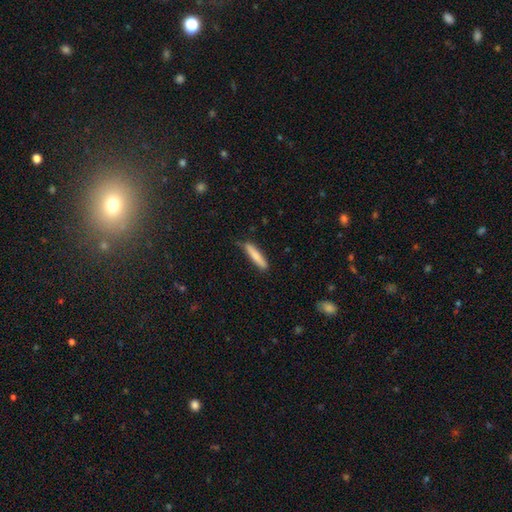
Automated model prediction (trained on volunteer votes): Q: Smooth or featured?
A: smooth (76%); runner-up: featured or disk (18%)
Q: How rounded?
A: cigar-shaped (90%); runner-up: in between (9%)
Q: Merging?
A: none (83%); runner-up: minor disturbance (14%)